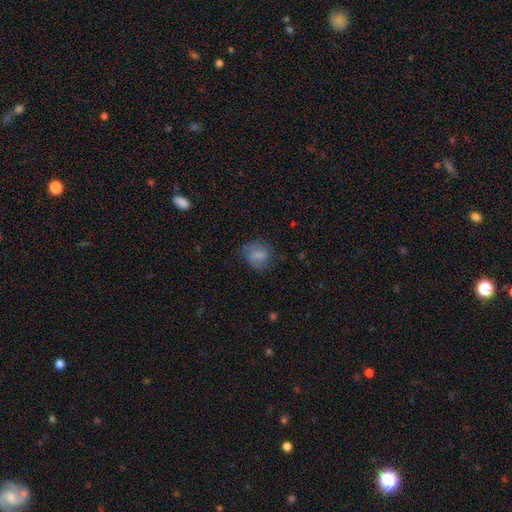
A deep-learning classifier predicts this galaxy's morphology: A smooth galaxy with no disk features (59%) that is round (58%). Merging: none (66%).